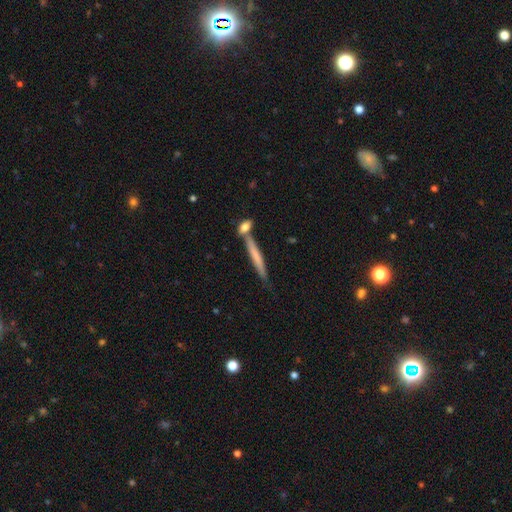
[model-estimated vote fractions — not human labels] Smooth or featured: smooth — 57% (featured or disk — 37%)
How rounded: cigar-shaped — 94% (in between — 4%)
Merging: none — 63% (merger — 20%)